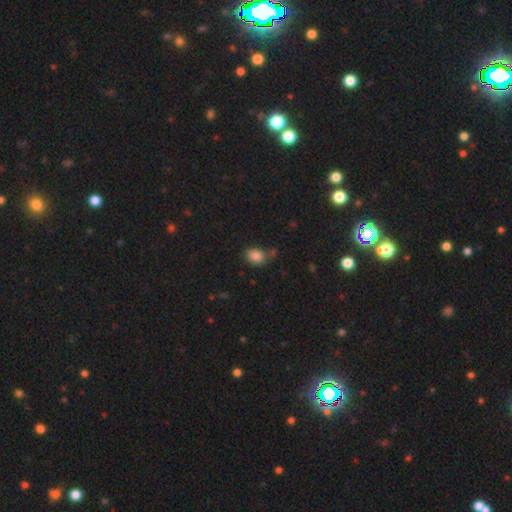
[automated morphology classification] This is clearly a smooth galaxy (84%). How rounded: likely in between (72%). Merging: possibly none (58%).